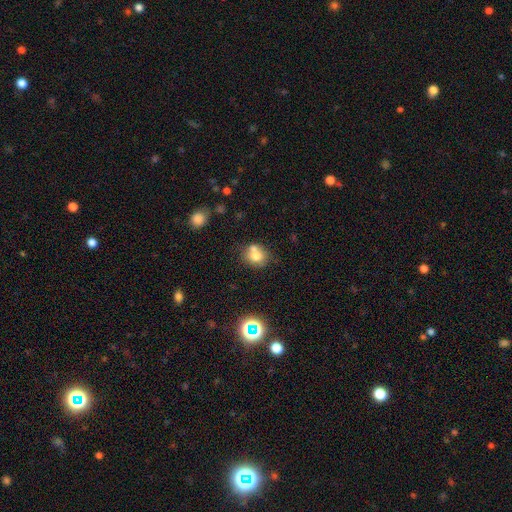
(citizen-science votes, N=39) Smooth or featured?
  - smooth: 79% *
  - featured or disk: 10%
  - star or artifact: 10%
How rounded?
  - round: 74% *
  - in between: 23%
  - cigar-shaped: 3%
Merging?
  - none: 49% *
  - merger: 37%
  - minor disturbance: 14%
  - major disturbance: 0%